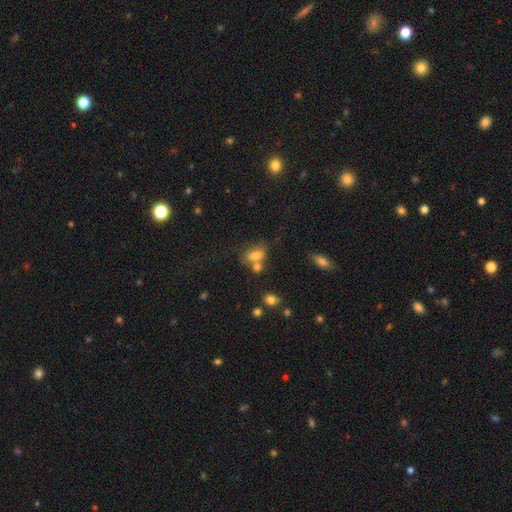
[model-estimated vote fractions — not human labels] Morphology: type=smooth (74%); roundness=in between (78%); merging=none (39%, tied with merger).